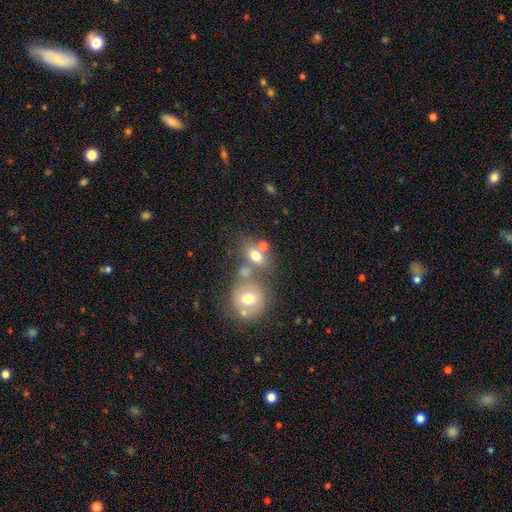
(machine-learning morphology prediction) Smooth or featured: smooth — 69% (featured or disk — 18%)
How rounded: in between — 59% (round — 39%)
Merging: none — 44% (merger — 38%)